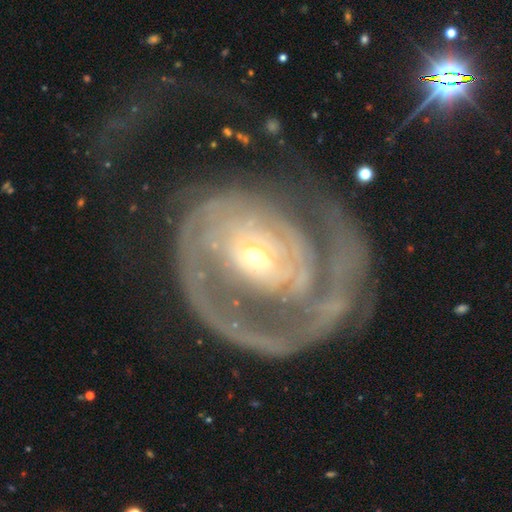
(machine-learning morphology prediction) smooth_or_featured: featured or disk (p=0.85) [alt: smooth p=0.10]
disk_edge_on: no (p=0.97) [alt: yes p=0.03]
bar: no (p=0.63) [alt: weak p=0.26]
has_spiral_arms: yes (p=0.84) [alt: no p=0.16]
spiral_winding: tight (p=0.49) [alt: medium p=0.31]
spiral_arm_count: 2 (p=0.30) [alt: can't tell p=0.25]
bulge_size: small (p=0.51) [alt: moderate p=0.42]
merging: major disturbance (p=0.50) [alt: none p=0.27]